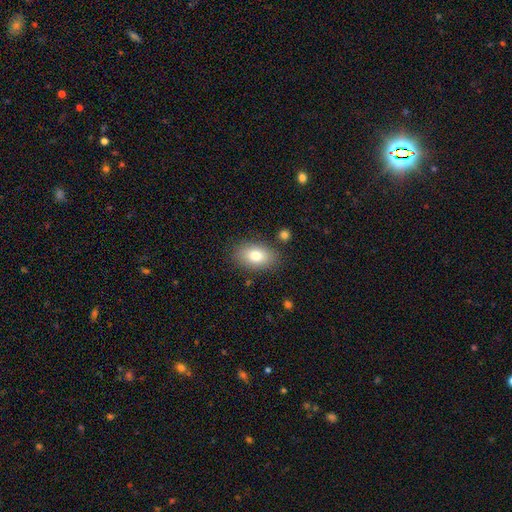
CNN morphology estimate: type=smooth (80%); roundness=in between (89%); merging=none (82%).